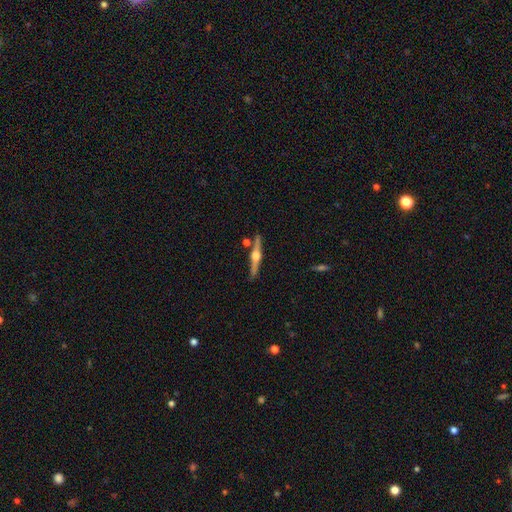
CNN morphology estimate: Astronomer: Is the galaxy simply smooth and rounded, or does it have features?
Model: featured or disk — 81%.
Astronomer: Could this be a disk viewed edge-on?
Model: yes — 98%.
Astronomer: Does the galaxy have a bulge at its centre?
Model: rounded — 95%.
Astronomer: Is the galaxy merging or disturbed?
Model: none — 84%.